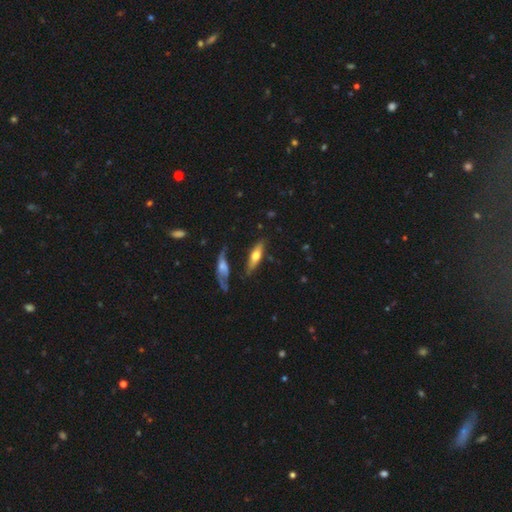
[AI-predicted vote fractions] Smooth or featured?
  - smooth: 47% *
  - featured or disk: 46%
  - star or artifact: 6%
Merging?
  - none: 70% *
  - minor disturbance: 17%
  - merger: 7%
  - major disturbance: 6%